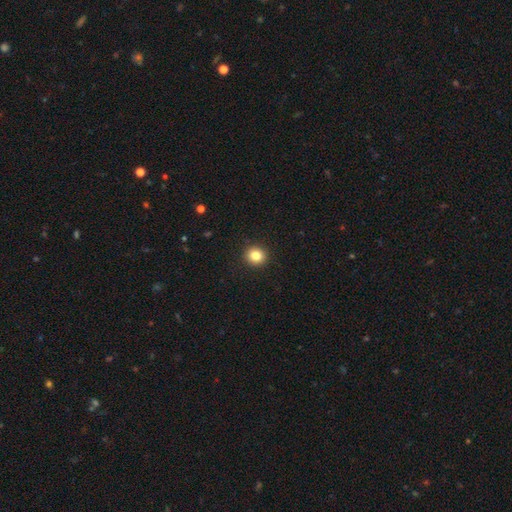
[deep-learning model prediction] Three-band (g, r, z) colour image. It shows a smooth galaxy with no disk features (84%) that is round (89%). Merging: none (92%).